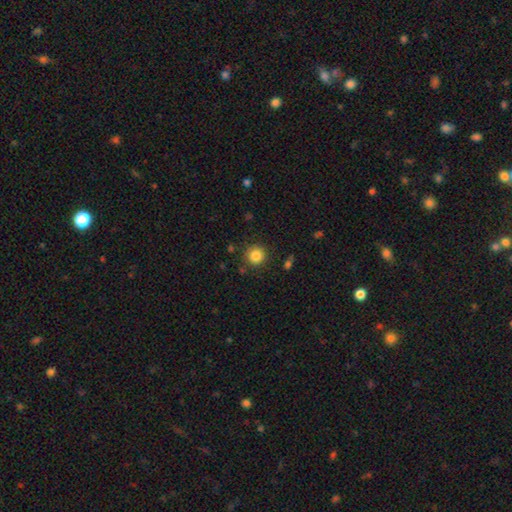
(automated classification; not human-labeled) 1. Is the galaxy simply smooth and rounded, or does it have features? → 84% smooth, 11% star or artifact, 4% featured or disk.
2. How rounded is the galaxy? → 93% round, 6% in between, 1% cigar-shaped.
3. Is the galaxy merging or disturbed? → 88% none, 8% minor disturbance, 3% major disturbance, 2% merger.